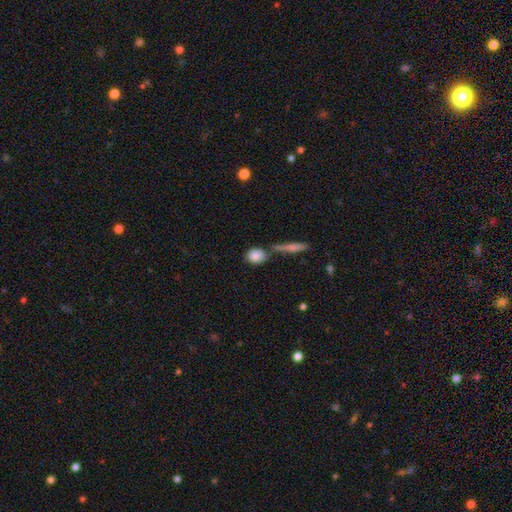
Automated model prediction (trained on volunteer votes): This is clearly a smooth galaxy (85%). How rounded: possibly round (59%). Merging: likely none (62%).